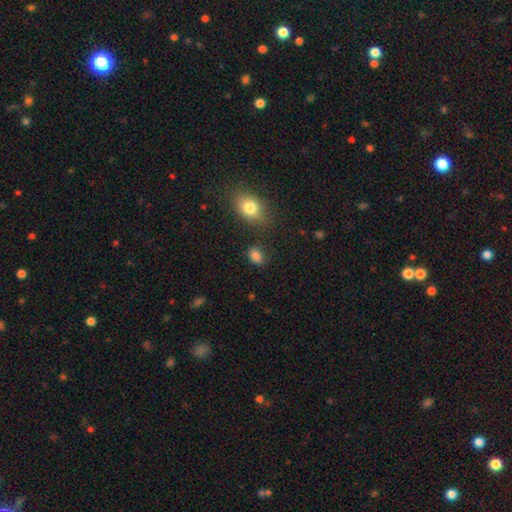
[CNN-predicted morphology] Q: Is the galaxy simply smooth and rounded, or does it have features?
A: smooth — 85%.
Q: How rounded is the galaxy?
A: in between — 74%.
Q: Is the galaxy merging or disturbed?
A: none — 80%.